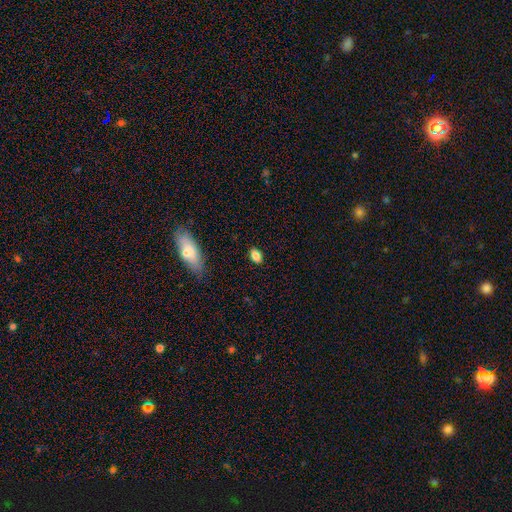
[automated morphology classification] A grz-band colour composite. It shows a smooth galaxy with no disk features (84%) that is in between round and cigar-shaped (81%). Merging: none (87%).